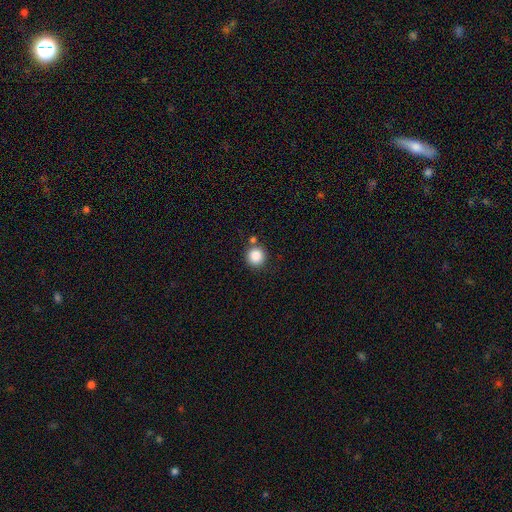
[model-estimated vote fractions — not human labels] Smooth or featured? Predicted: smooth (p=0.86). How rounded? Predicted: round (p=0.94). Merging? Predicted: none (p=0.78).